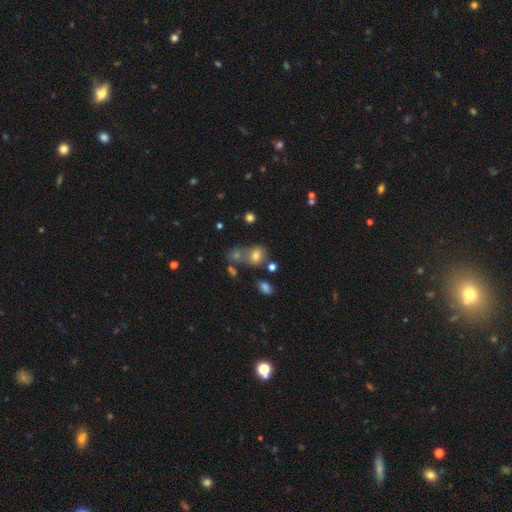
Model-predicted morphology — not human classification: smooth 72%, star or artifact 16%, featured or disk 12%. Down the decision tree: how rounded — round (52%); merging — none (51%).